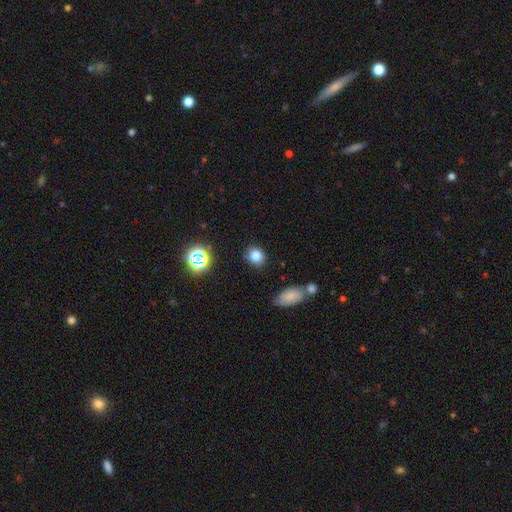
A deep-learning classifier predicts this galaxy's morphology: This appears to be a smooth galaxy with no disk features (80%) that is round (76%). Merging: none (84%).